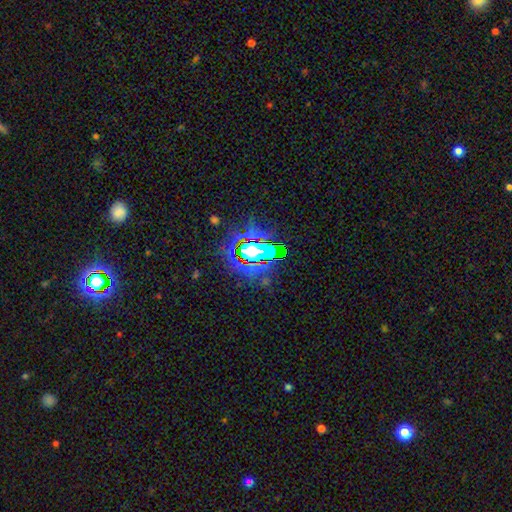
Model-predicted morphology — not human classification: Smooth or featured? star or artifact (65%)